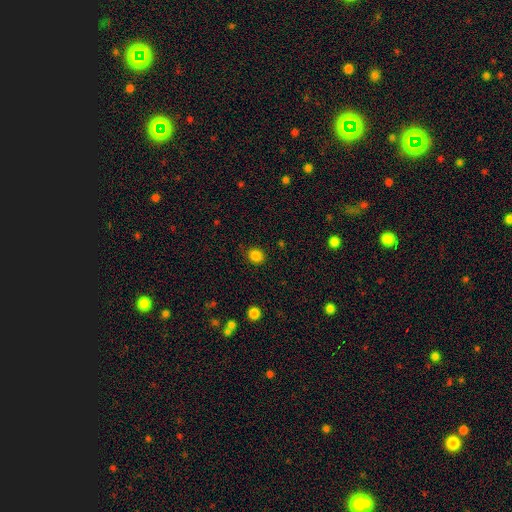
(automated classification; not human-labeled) Smooth or featured: smooth — 84% (star or artifact — 12%)
How rounded: round — 82% (in between — 18%)
Merging: none — 86% (minor disturbance — 10%)